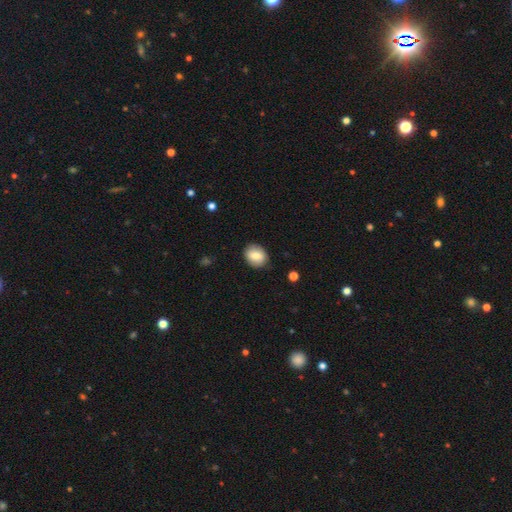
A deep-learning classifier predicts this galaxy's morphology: A smooth galaxy with no disk features (78%) that is round (59%). Merging: none (86%).